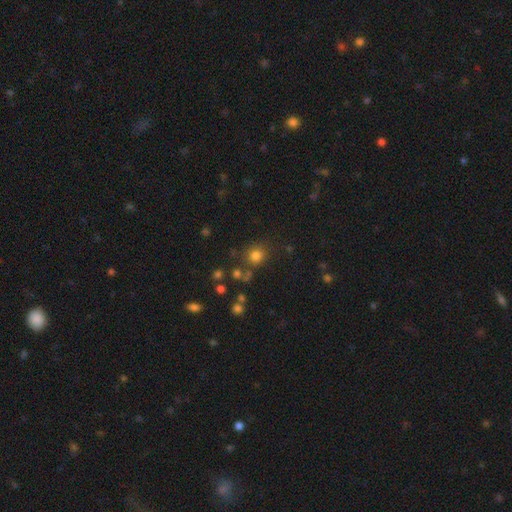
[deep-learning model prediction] The model was most divided on "smooth or featured": smooth: 77%, star or artifact: 16%, featured or disk: 7%. More confident: how rounded — round (87%); merging — none (77%).